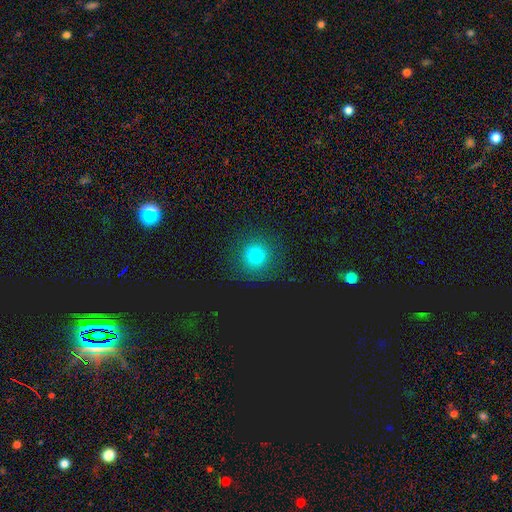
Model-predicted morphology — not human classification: Overall: smooth (79%). How rounded: round (91%). Merging: none (89%).